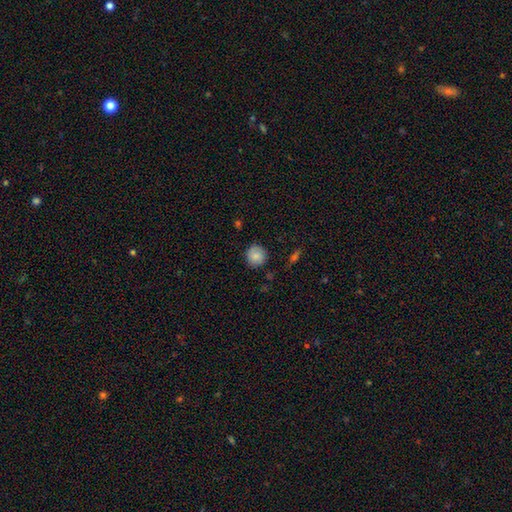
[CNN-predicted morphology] This appears to be a smooth galaxy with no disk features (84%) that is round (90%). Merging: none (84%).